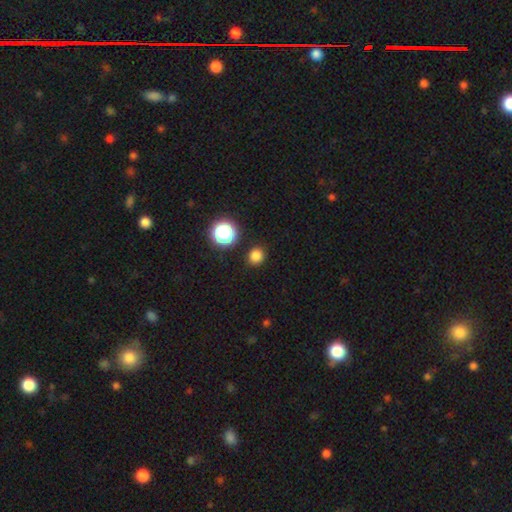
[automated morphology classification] Overall: smooth (81%). How rounded: round (87%). Merging: none (90%).